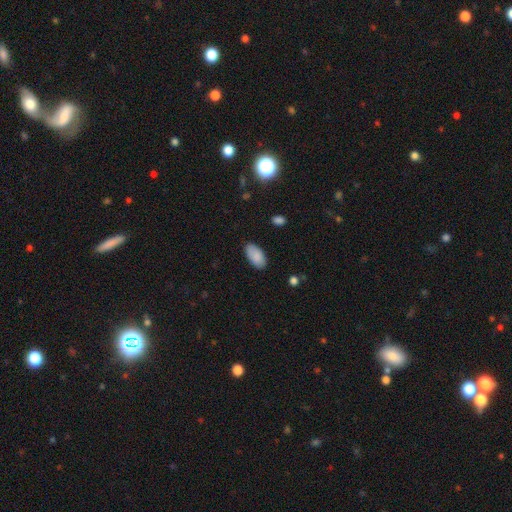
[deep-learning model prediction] This is clearly a smooth galaxy (89%). How rounded: clearly in between (95%). Merging: clearly none (85%).